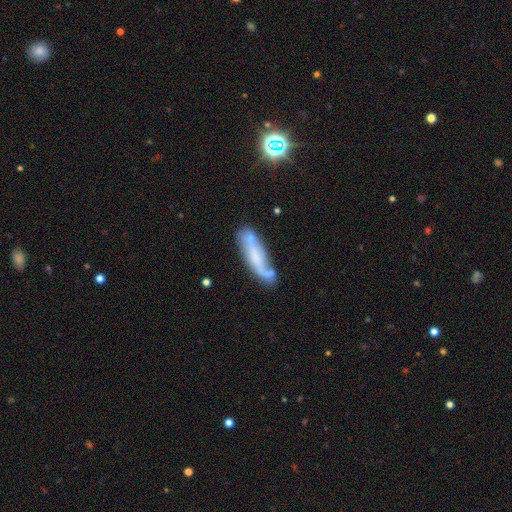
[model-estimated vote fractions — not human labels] smooth-or-featured: smooth: 46% | featured or disk: 44% | star or artifact: 10%
  merging: none: 53% | minor disturbance: 25% | merger: 12% | major disturbance: 10%